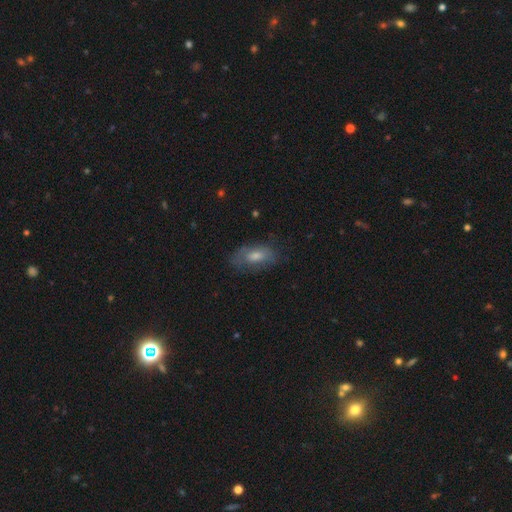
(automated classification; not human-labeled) The model was most divided on "smooth or featured": smooth: 54%, featured or disk: 35%, star or artifact: 11%. More confident: how rounded — in between (86%); merging — none (66%).